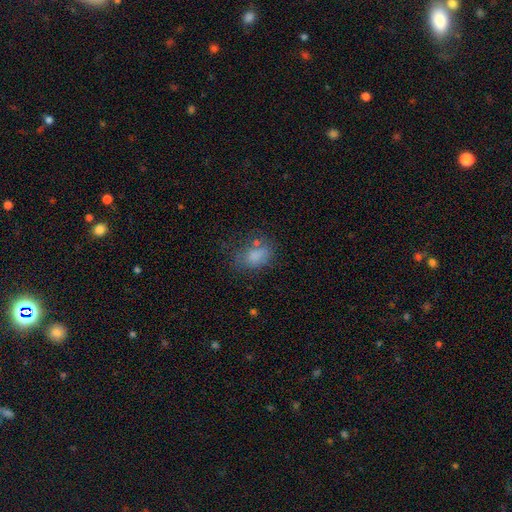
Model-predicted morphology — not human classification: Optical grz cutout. It shows a smooth galaxy with no disk features (75%) that is in between round and cigar-shaped (80%). Merging: none (51%).